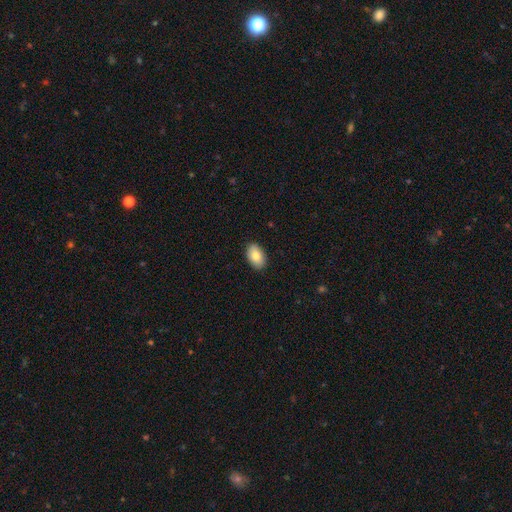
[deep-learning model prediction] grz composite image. It shows a smooth galaxy with no disk features (82%) that is in between round and cigar-shaped (92%). Merging: none (89%).